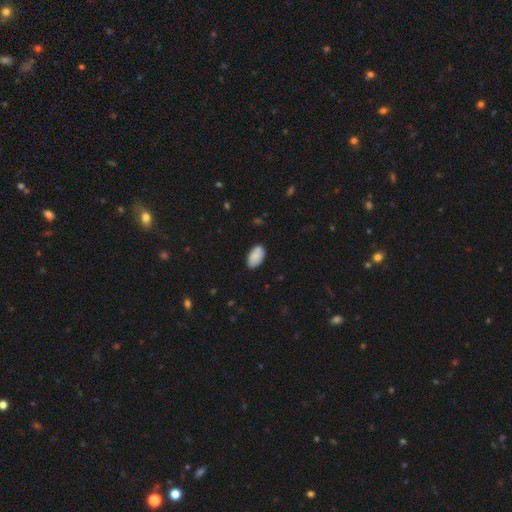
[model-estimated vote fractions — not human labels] smooth_or_featured: smooth (p=0.85) [alt: featured or disk p=0.08]
how_rounded: in between (p=0.94) [alt: round p=0.04]
merging: none (p=0.79) [alt: minor disturbance p=0.15]